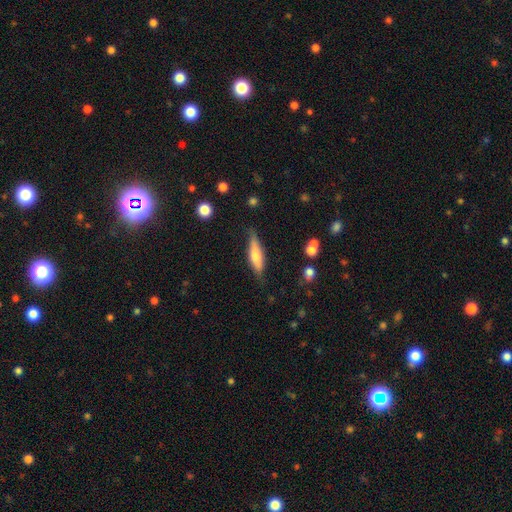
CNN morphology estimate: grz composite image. It shows a smooth galaxy with no disk features (58%) that is cigar-shaped (67%). Merging: none (73%).